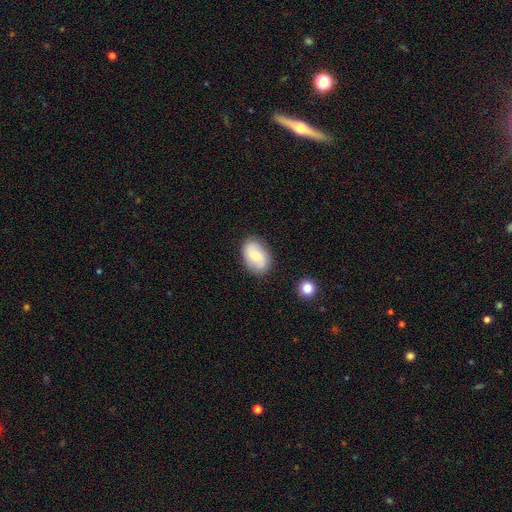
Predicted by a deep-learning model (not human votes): Overall: smooth (60%; featured or disk 33%). How rounded: in between (84%). Merging: none (84%).